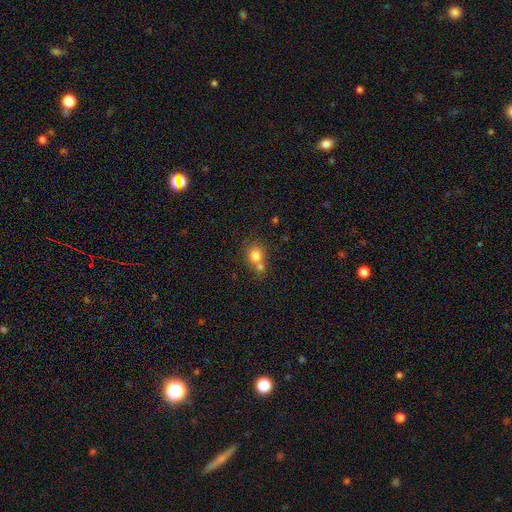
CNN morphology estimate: Smooth or featured: smooth — 78% (star or artifact — 11%)
How rounded: round — 79% (in between — 20%)
Merging: merger — 45% (none — 43%)